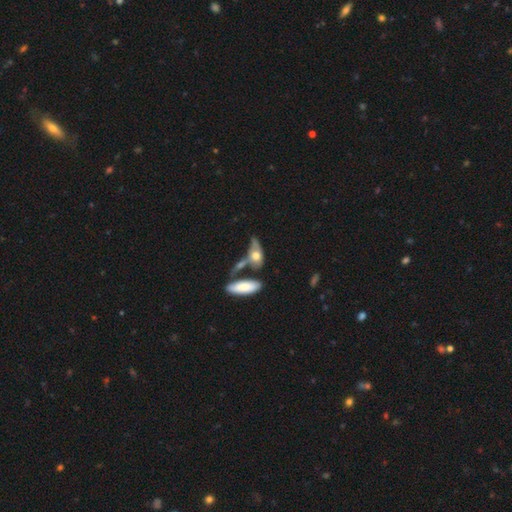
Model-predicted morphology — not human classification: The model was most divided on "merging": merger: 40%, none: 31%, minor disturbance: 16%, major disturbance: 13%. More confident: how rounded — in between (71%); smooth or featured — smooth (57%).